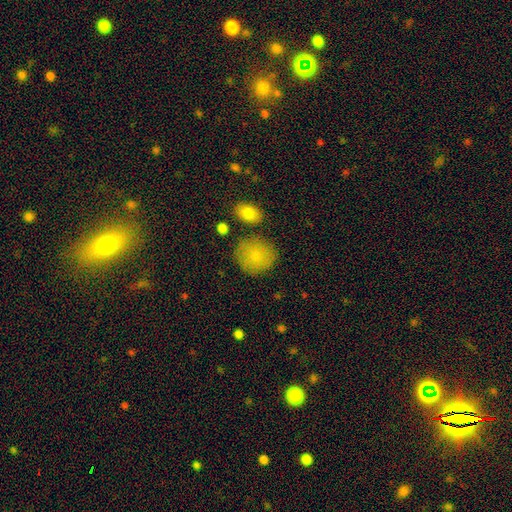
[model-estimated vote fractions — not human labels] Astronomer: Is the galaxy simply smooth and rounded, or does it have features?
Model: smooth — 81%.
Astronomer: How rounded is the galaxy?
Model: round — 83%.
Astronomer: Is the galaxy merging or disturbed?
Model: none — 78%.